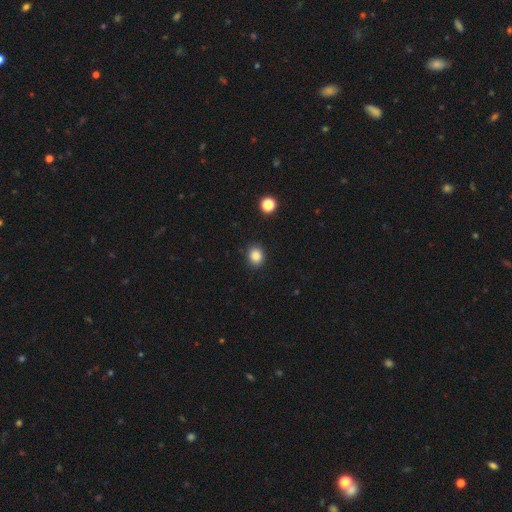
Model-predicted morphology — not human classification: A smooth galaxy with no disk features (85%) that is round (66%).

Vote fractions:
- Smooth or featured? smooth: 85% / star or artifact: 11% / featured or disk: 4%
- How rounded? round: 66% / in between: 33% / cigar-shaped: 1%
- Merging? none: 89% / minor disturbance: 8% / major disturbance: 2% / merger: 1%